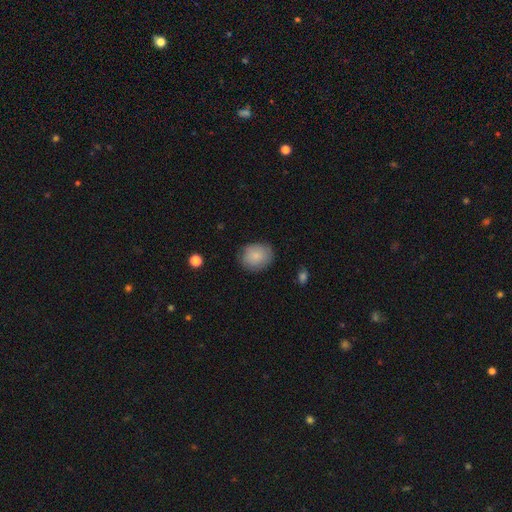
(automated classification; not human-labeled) smooth_or_featured: smooth (p=0.84) [alt: featured or disk p=0.09]
how_rounded: round (p=0.60) [alt: in between p=0.40]
merging: none (p=0.79) [alt: minor disturbance p=0.16]